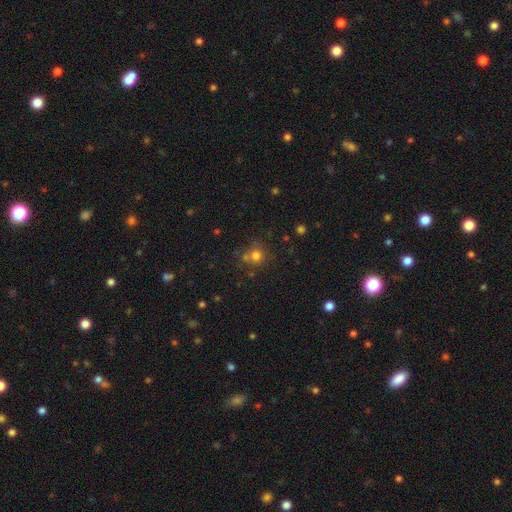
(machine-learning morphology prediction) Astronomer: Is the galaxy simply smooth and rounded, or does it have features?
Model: smooth — 74%.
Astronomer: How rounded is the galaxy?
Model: round — 90%.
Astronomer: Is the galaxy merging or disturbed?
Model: none — 66%.